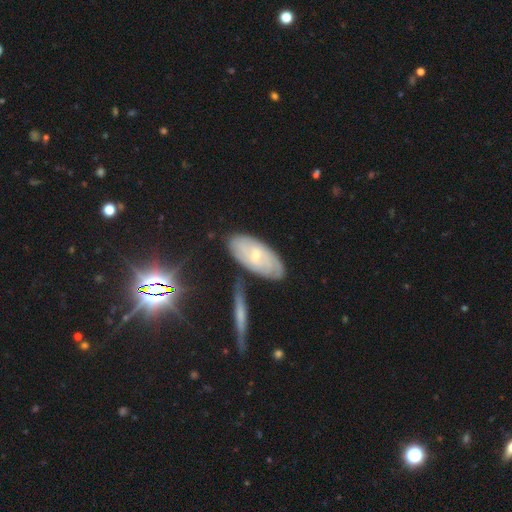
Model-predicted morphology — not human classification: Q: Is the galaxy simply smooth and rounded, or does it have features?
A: featured or disk — 58%.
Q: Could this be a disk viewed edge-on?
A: no — 88%.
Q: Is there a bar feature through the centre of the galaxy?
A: no — 50%.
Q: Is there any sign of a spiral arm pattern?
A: yes — 76%.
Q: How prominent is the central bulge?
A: small — 64%.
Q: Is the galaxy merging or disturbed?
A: none — 71%.